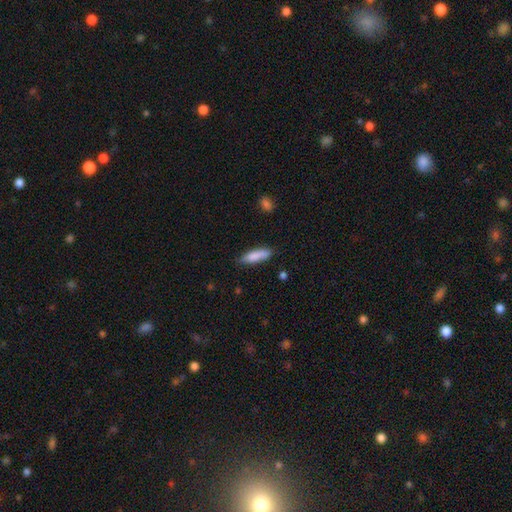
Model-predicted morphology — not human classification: A smooth galaxy with no disk features (85%) that is cigar-shaped (59%).

Vote fractions:
- Smooth or featured? smooth: 85% / featured or disk: 8% / star or artifact: 6%
- How rounded? cigar-shaped: 59% / in between: 39% / round: 2%
- Merging? none: 80% / minor disturbance: 16% / major disturbance: 3% / merger: 2%